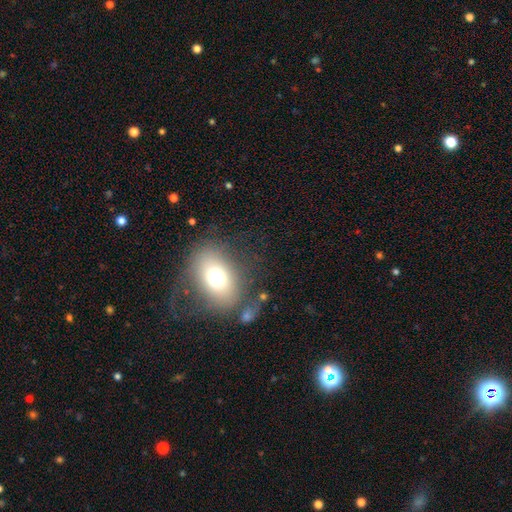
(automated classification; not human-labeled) Smooth or featured?
  - smooth: 59% *
  - featured or disk: 24%
  - star or artifact: 17%
How rounded?
  - in between: 64% *
  - round: 33%
  - cigar-shaped: 2%
Merging?
  - none: 64% *
  - minor disturbance: 19%
  - major disturbance: 11%
  - merger: 6%